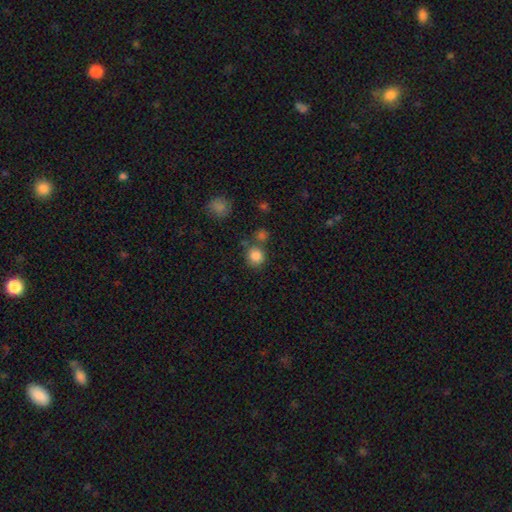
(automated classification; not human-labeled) Morphology: type=smooth (84%); roundness=round (87%); merging=none (69%).